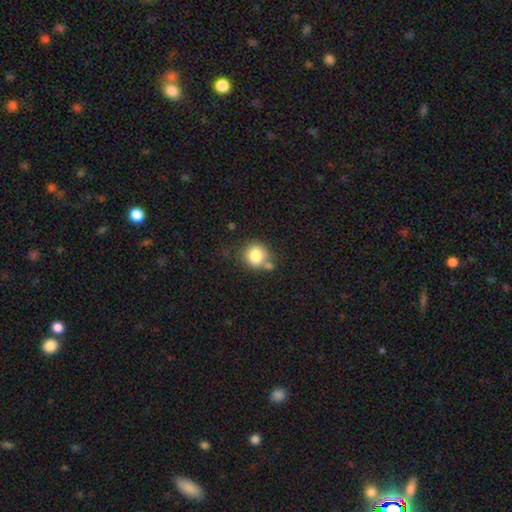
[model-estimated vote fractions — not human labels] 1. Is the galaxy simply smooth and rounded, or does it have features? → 82% smooth, 10% star or artifact, 8% featured or disk.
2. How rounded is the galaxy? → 85% round, 14% in between, 1% cigar-shaped.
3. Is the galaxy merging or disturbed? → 61% none, 19% merger, 16% minor disturbance, 5% major disturbance.